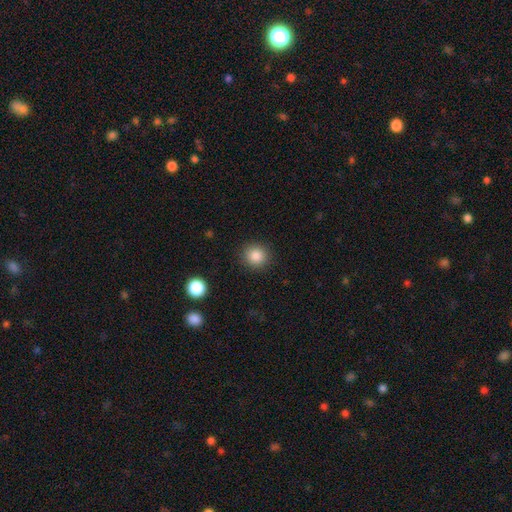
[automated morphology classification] This is clearly a smooth galaxy (85%). How rounded: clearly round (89%). Merging: clearly none (90%).